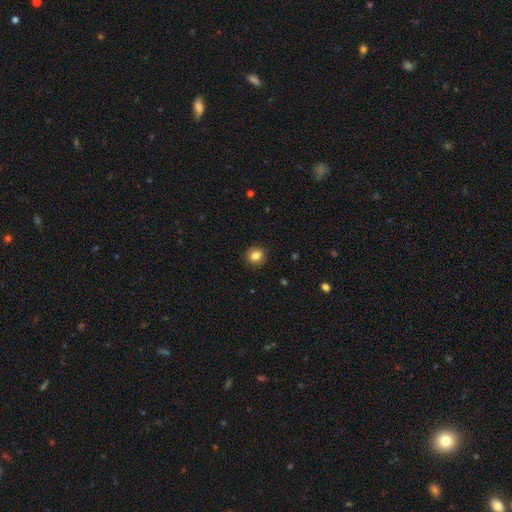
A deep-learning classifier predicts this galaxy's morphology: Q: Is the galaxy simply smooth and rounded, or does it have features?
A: smooth — 83%.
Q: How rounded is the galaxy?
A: round — 77%.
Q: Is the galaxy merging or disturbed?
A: none — 88%.